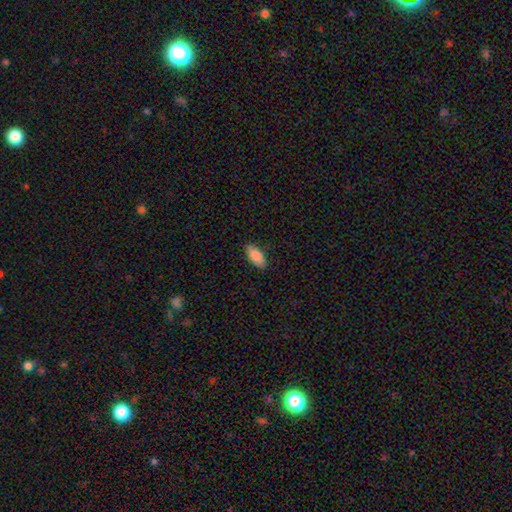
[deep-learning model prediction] smooth 88%, featured or disk 6%, star or artifact 6%. Down the decision tree: how rounded — in between (88%); merging — none (88%).